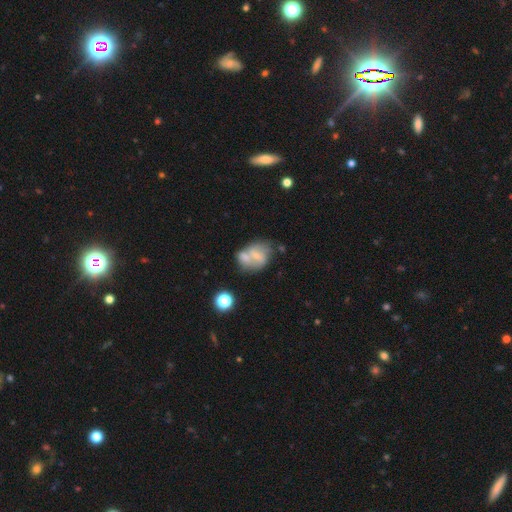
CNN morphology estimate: Smooth or featured? smooth (47%)
Merging? merger (44%)